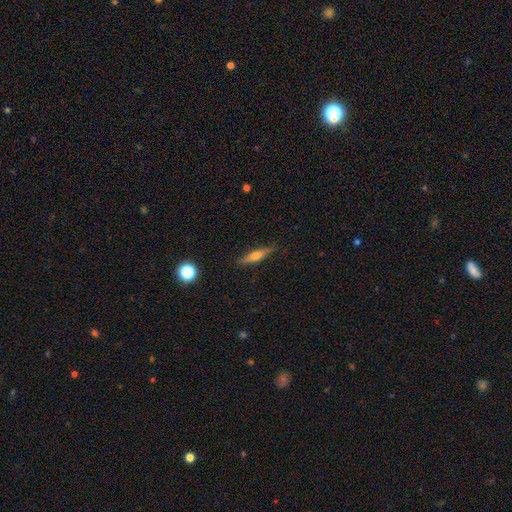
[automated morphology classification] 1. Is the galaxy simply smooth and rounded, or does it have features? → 52% featured or disk, 41% smooth, 8% star or artifact.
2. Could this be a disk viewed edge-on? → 95% yes, 5% no.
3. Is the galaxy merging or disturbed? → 87% none, 10% minor disturbance, 2% major disturbance, 1% merger.